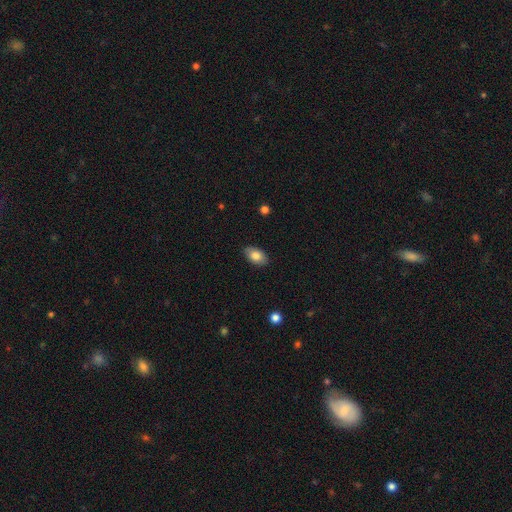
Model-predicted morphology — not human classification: type=smooth (82%); roundness=in between (92%); merging=none (86%).